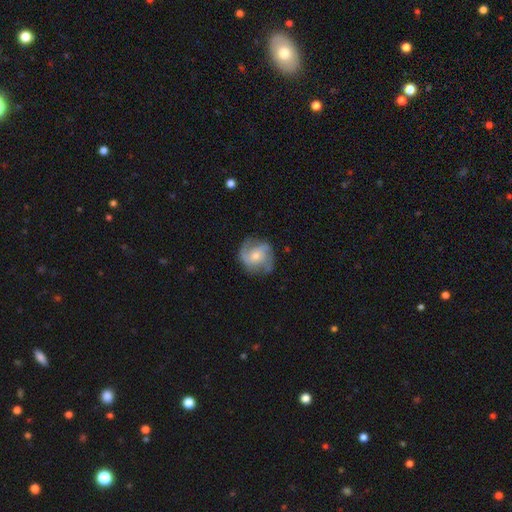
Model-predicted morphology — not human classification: featured or disk 77%, smooth 17%, star or artifact 7%. Down the decision tree: edge-on disk — no (97%); bar — no (59%); spiral arms — yes (94%); spiral arm count — 2 (58%); spiral winding — medium (49%); bulge size — small (48%); merging — none (73%).